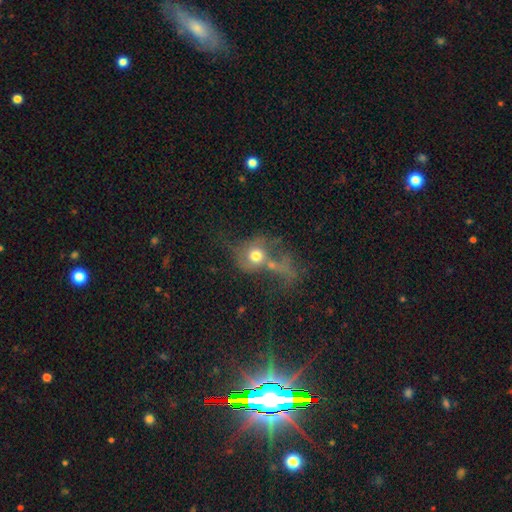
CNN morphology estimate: smooth-or-featured: smooth: 54% | featured or disk: 32% | star or artifact: 13%
  how-rounded: round: 72% | in between: 27% | cigar-shaped: 2%
  merging: major disturbance: 35% | merger: 33% | none: 20% | minor disturbance: 12%